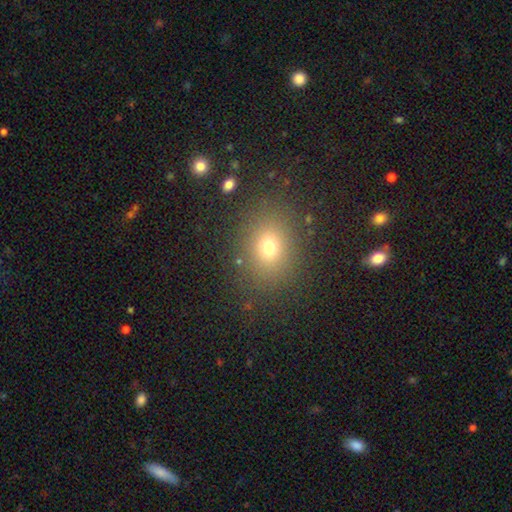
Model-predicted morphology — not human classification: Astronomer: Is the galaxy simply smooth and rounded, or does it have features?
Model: smooth — 64%.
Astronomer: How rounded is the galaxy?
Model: round — 50% (runner-up: in between, 49%).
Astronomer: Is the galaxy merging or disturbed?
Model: none — 88%.